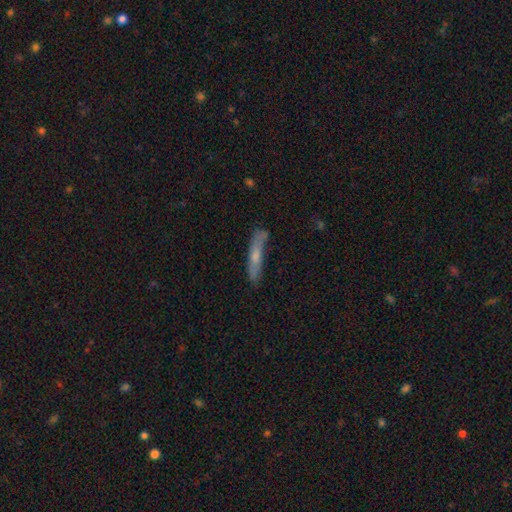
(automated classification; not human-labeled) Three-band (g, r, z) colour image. It shows a smooth galaxy with no disk features (52%) that is cigar-shaped (88%). Merging: none (68%).